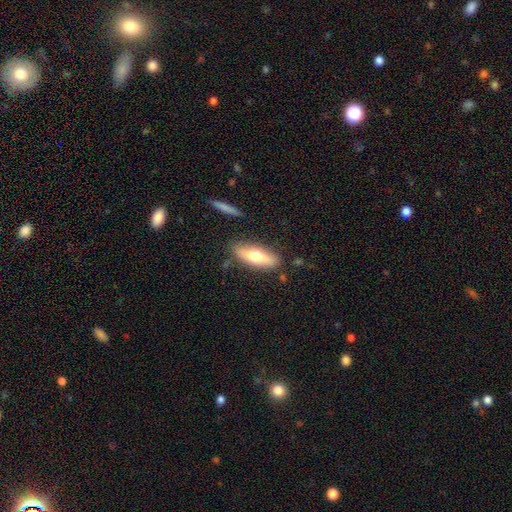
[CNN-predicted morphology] smooth-or-featured: smooth: 65% | featured or disk: 29% | star or artifact: 6%
  how-rounded: in between: 55% | cigar-shaped: 43% | round: 2%
  merging: none: 80% | minor disturbance: 13% | merger: 4% | major disturbance: 3%